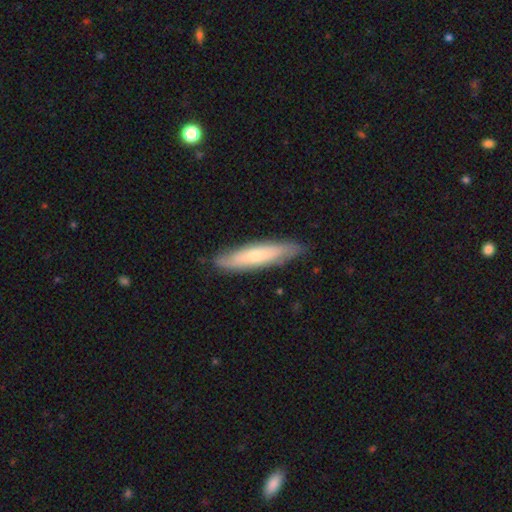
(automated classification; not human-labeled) Overall: smooth (57%; featured or disk 37%). How rounded: cigar-shaped (80%). Merging: none (82%).